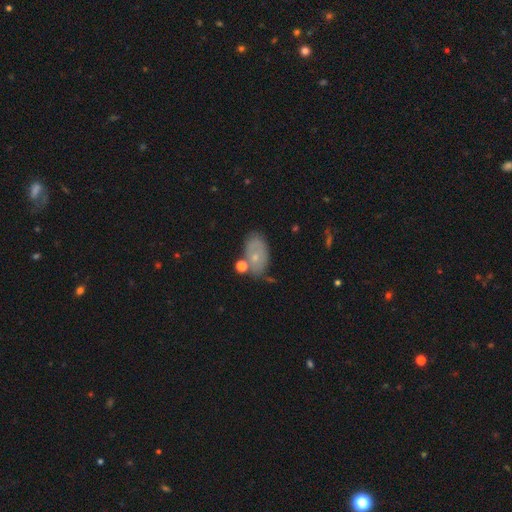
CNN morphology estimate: Smooth or featured: smooth — 56% (featured or disk — 33%)
How rounded: in between — 89% (round — 9%)
Merging: none — 60% (minor disturbance — 22%)